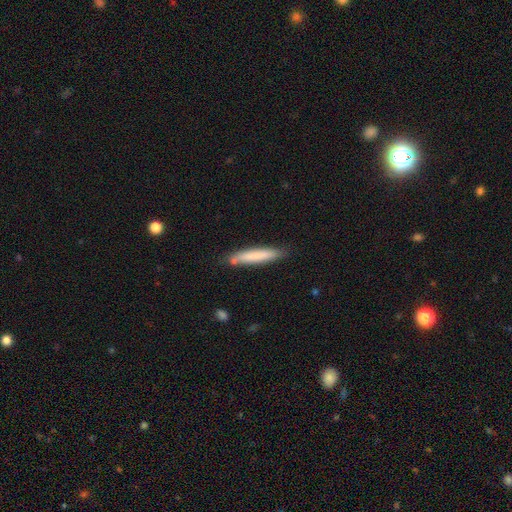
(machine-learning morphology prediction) smooth 75%, featured or disk 20%, star or artifact 6%. Down the decision tree: how rounded — cigar-shaped (93%); merging — none (80%).